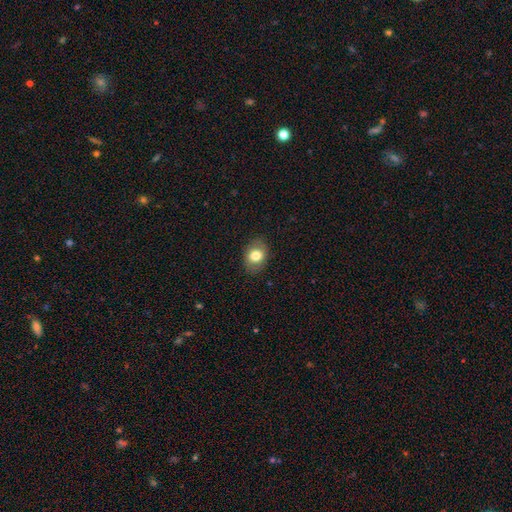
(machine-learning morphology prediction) Overall: smooth (78%). How rounded: in between (69%; round 30%). Merging: none (85%).